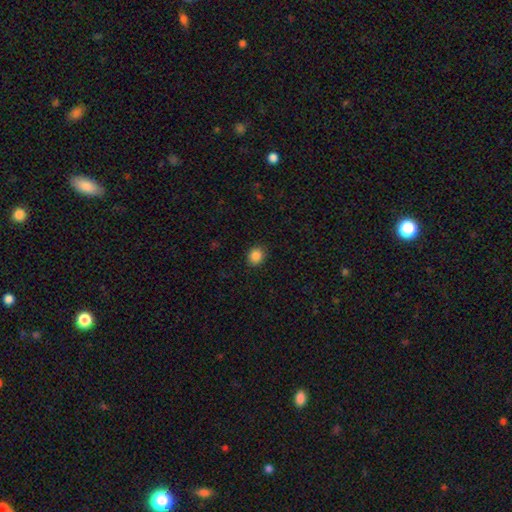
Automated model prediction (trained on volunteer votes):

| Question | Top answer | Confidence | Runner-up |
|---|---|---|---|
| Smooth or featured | smooth | 87% | star or artifact (10%) |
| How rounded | round | 66% | in between (34%) |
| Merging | none | 87% | minor disturbance (10%) |